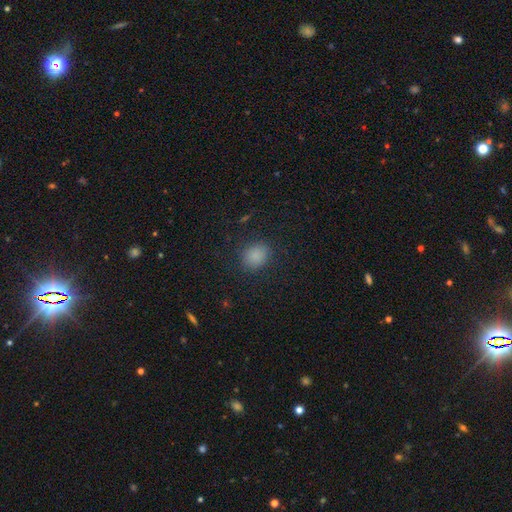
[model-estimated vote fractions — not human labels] Smooth or featured? smooth (85%)
How rounded? round (55%)
Merging? none (85%)